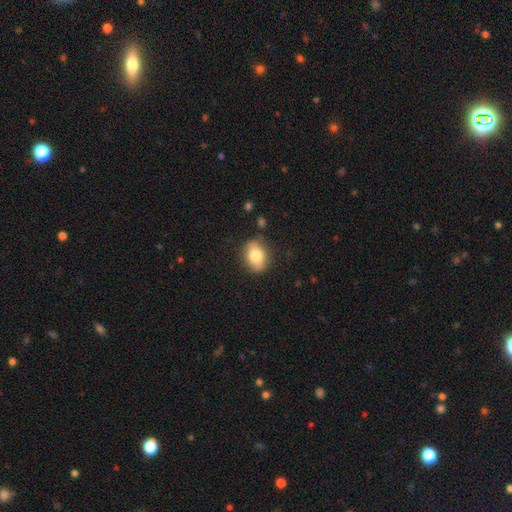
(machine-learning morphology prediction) smooth 77%, featured or disk 16%, star or artifact 8%. Down the decision tree: how rounded — in between (70%); merging — none (82%).